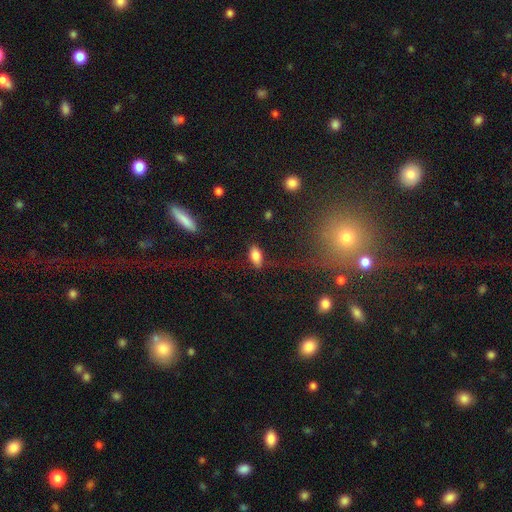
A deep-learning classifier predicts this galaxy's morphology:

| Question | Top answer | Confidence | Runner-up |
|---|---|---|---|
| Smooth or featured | smooth | 79% | featured or disk (12%) |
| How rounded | in between | 88% | cigar-shaped (8%) |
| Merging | none | 77% | minor disturbance (15%) |